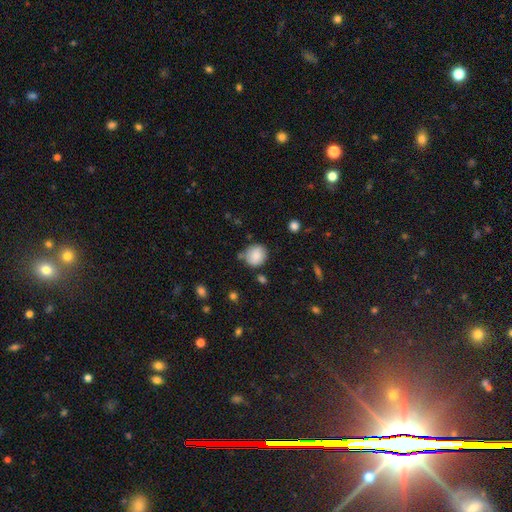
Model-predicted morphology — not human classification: type=smooth (84%); roundness=round (77%); merging=none (71%).